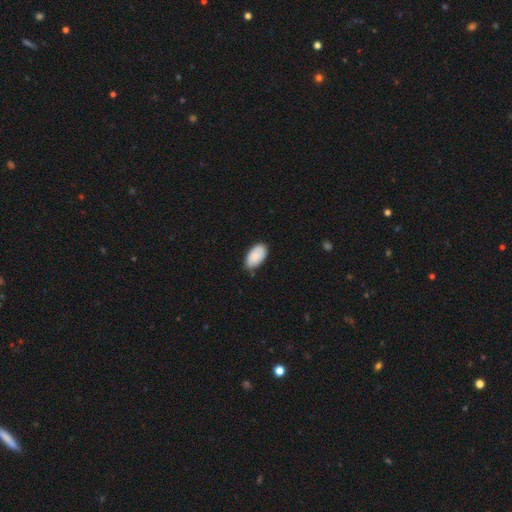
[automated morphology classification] smooth-or-featured: smooth: 87% | featured or disk: 7% | star or artifact: 6%
  how-rounded: in between: 95% | round: 3% | cigar-shaped: 2%
  merging: none: 74% | minor disturbance: 21% | major disturbance: 3% | merger: 2%